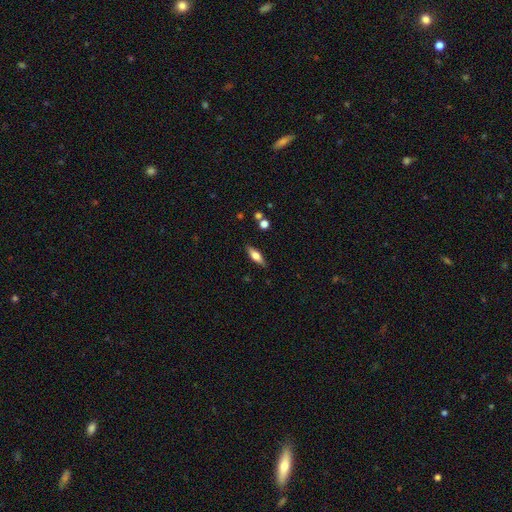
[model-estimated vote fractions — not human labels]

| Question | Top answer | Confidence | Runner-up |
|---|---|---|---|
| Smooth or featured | smooth | 59% | featured or disk (34%) |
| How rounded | in between | 58% | cigar-shaped (40%) |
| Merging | none | 85% | minor disturbance (10%) |